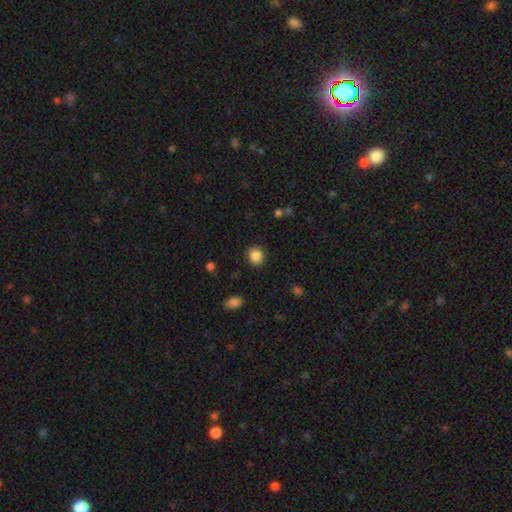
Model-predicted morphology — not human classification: smooth-or-featured: smooth: 86% | star or artifact: 10% | featured or disk: 4%
  how-rounded: round: 81% | in between: 18% | cigar-shaped: 1%
  merging: none: 89% | minor disturbance: 7% | major disturbance: 3% | merger: 1%